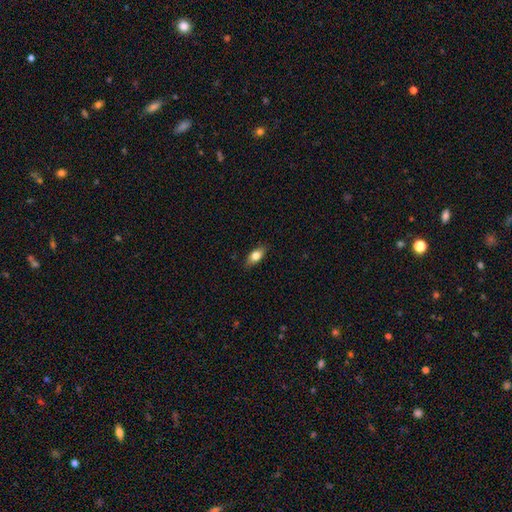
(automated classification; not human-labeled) Smooth or featured? smooth (75%)
How rounded? in between (82%)
Merging? none (85%)